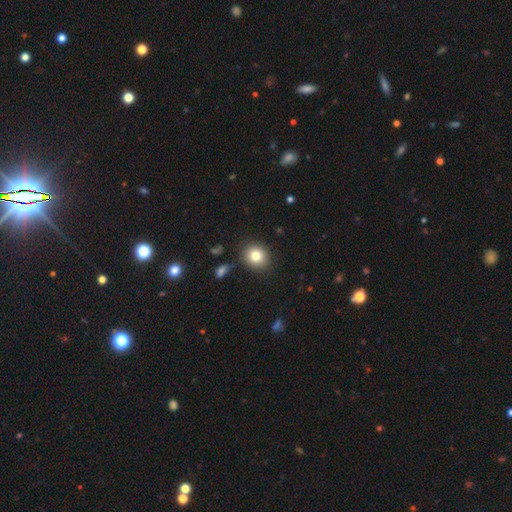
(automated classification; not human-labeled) Q: Smooth or featured?
A: smooth (80%); runner-up: star or artifact (11%)
Q: How rounded?
A: round (78%); runner-up: in between (21%)
Q: Merging?
A: none (85%); runner-up: minor disturbance (10%)